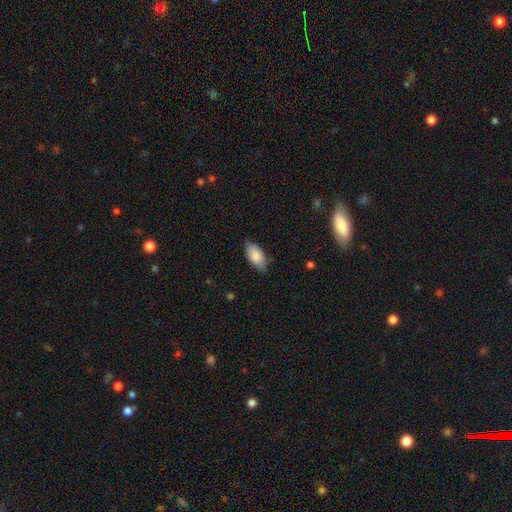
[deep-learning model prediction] smooth-or-featured: smooth: 86% | featured or disk: 8% | star or artifact: 6%
  how-rounded: in between: 92% | cigar-shaped: 6% | round: 2%
  merging: none: 79% | minor disturbance: 17% | major disturbance: 3% | merger: 1%